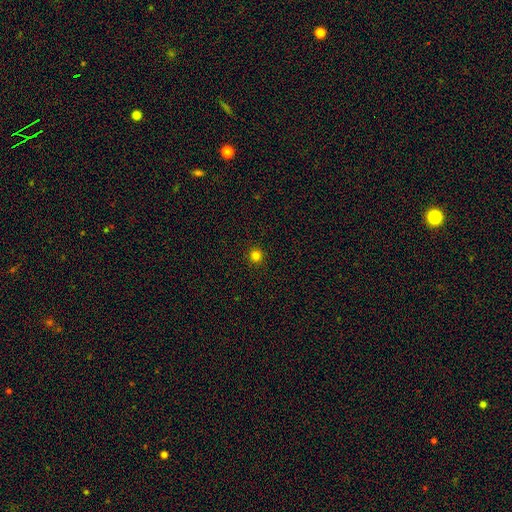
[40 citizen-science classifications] smooth-or-featured: smooth: 88% | star or artifact: 10% | featured or disk: 2%
  how-rounded: round: 100% | in between: 0% | cigar-shaped: 0%
  merging: none: 97% | major disturbance: 3% | minor disturbance: 0% | merger: 0%